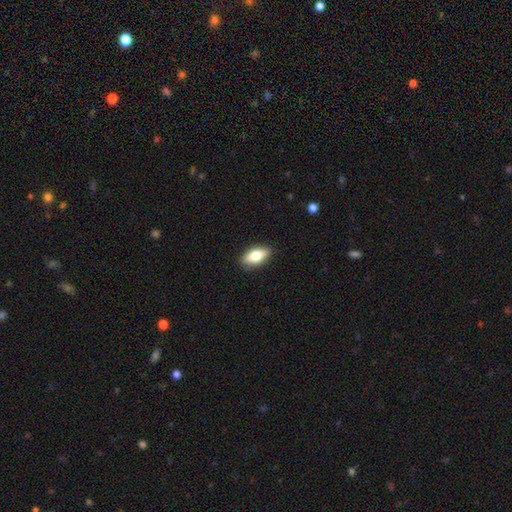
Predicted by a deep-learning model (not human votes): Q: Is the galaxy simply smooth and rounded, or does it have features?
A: smooth — 69%.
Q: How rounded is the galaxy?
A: in between — 82%.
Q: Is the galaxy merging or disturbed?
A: none — 87%.